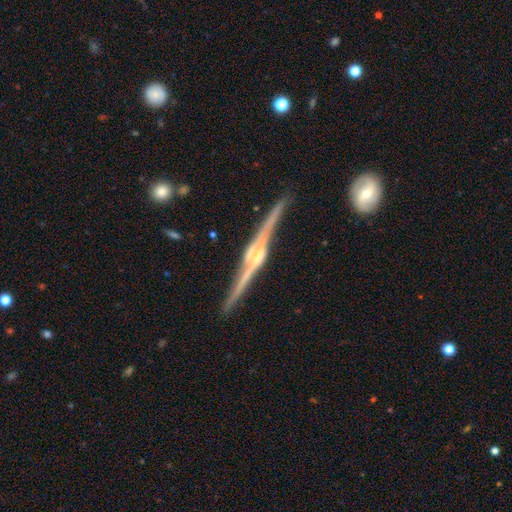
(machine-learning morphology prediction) Overall: featured or disk (90%). Edge-on disk: yes (98%). Edge-on bulge: rounded (66%; boxy 26%). Merging: none (84%).